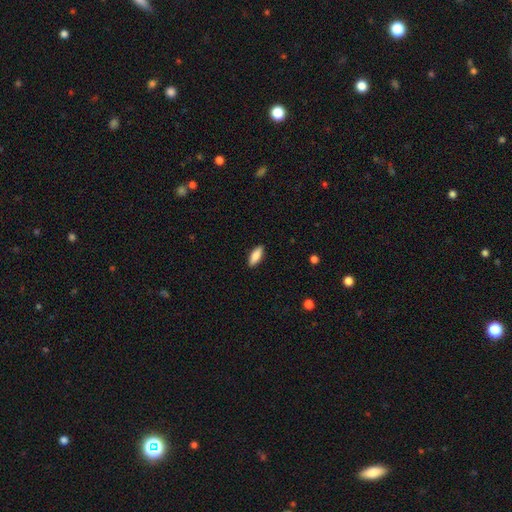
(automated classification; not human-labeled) This is clearly a smooth galaxy (86%). How rounded: likely in between (70%). Merging: clearly none (89%).